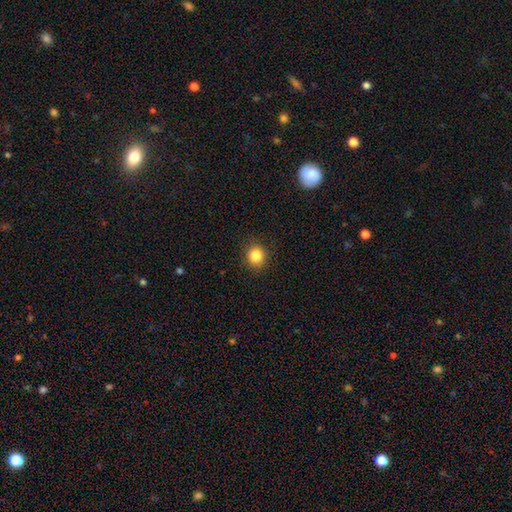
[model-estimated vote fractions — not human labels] A smooth galaxy with no disk features (85%) that is round (86%).

Vote fractions:
- Smooth or featured? smooth: 85% / star or artifact: 11% / featured or disk: 5%
- How rounded? round: 86% / in between: 13% / cigar-shaped: 1%
- Merging? none: 90% / minor disturbance: 7% / major disturbance: 2% / merger: 1%